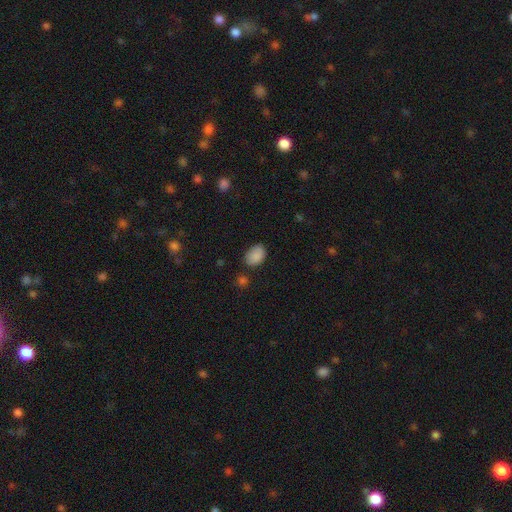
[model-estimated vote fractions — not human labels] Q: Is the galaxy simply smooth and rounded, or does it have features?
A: smooth — 87%.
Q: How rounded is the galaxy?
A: in between — 84%.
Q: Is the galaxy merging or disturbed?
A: none — 76%.